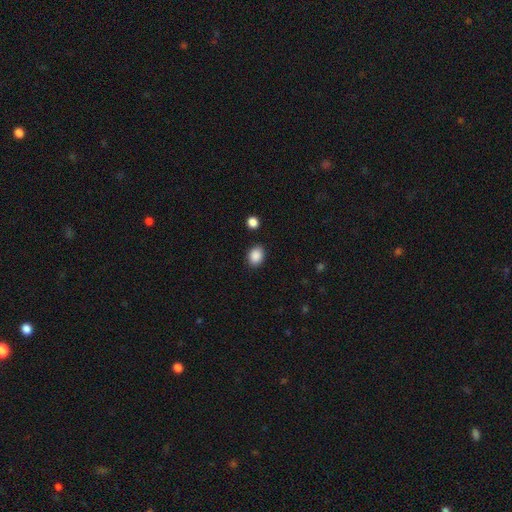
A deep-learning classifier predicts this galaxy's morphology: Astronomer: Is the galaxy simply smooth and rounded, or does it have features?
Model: smooth — 88%.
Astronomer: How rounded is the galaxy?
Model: in between — 54% (runner-up: round, 45%).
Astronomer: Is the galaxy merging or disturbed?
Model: none — 87%.